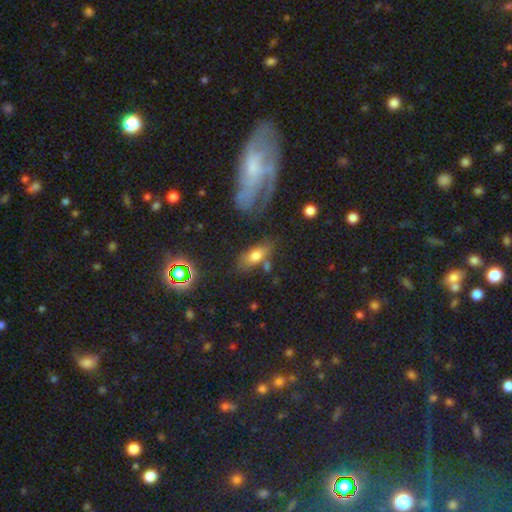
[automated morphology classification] A smooth galaxy with no disk features (70%) that is in between round and cigar-shaped (83%).

Vote fractions:
- Smooth or featured? smooth: 70% / featured or disk: 18% / star or artifact: 12%
- How rounded? in between: 83% / cigar-shaped: 10% / round: 7%
- Merging? none: 59% / minor disturbance: 19% / merger: 13% / major disturbance: 9%